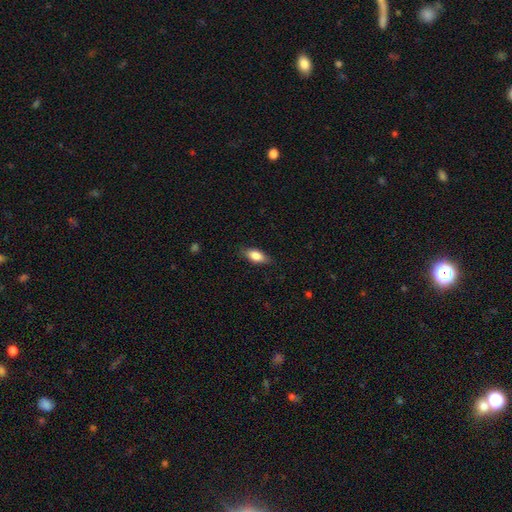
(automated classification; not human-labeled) smooth-or-featured: smooth: 81% | featured or disk: 12% | star or artifact: 7%
  how-rounded: in between: 84% | cigar-shaped: 12% | round: 4%
  merging: none: 82% | minor disturbance: 14% | major disturbance: 3% | merger: 1%